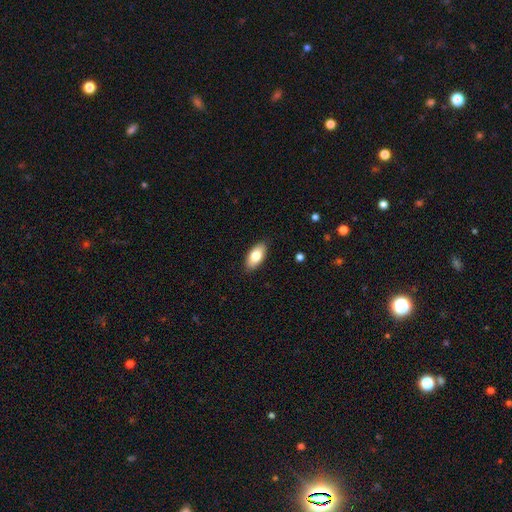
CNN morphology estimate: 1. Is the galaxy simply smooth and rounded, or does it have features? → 79% smooth, 14% featured or disk, 7% star or artifact.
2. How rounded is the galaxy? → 91% in between, 6% cigar-shaped, 3% round.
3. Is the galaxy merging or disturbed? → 89% none, 9% minor disturbance, 2% major disturbance, 1% merger.